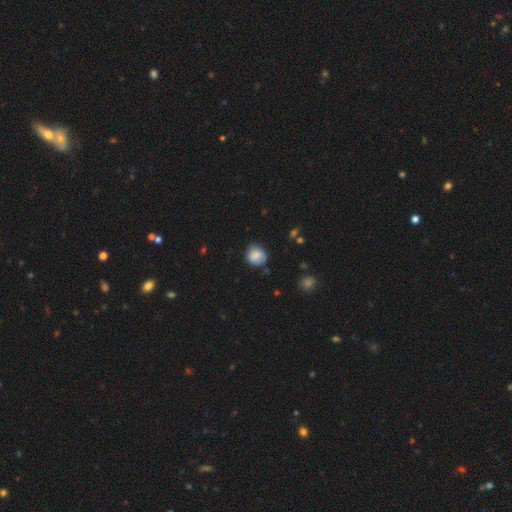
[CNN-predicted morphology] type=smooth (84%); roundness=round (80%); merging=none (73%).